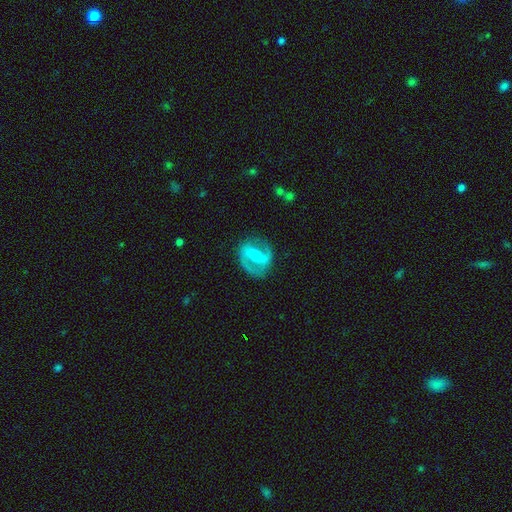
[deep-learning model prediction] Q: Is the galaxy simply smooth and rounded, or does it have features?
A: featured or disk — 87%.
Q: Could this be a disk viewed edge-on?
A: no — 97%.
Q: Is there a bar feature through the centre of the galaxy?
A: strong — 47%.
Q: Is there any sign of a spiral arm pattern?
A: yes — 95%.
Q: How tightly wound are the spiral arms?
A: medium — 56%.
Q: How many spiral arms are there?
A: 2 — 92%.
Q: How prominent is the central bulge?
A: small — 51%.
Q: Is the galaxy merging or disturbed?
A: none — 82%.